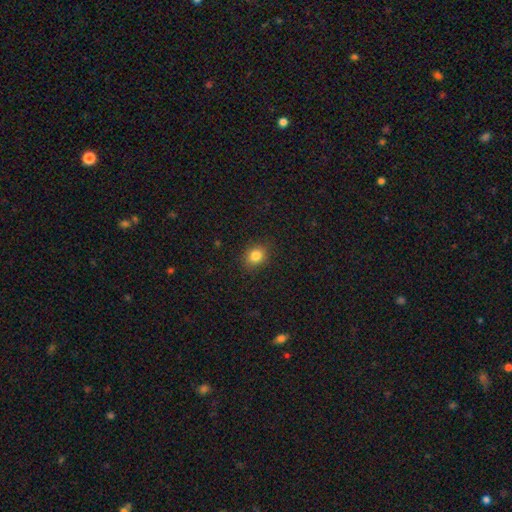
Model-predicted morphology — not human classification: type=smooth (83%); roundness=round (58%); merging=none (88%).